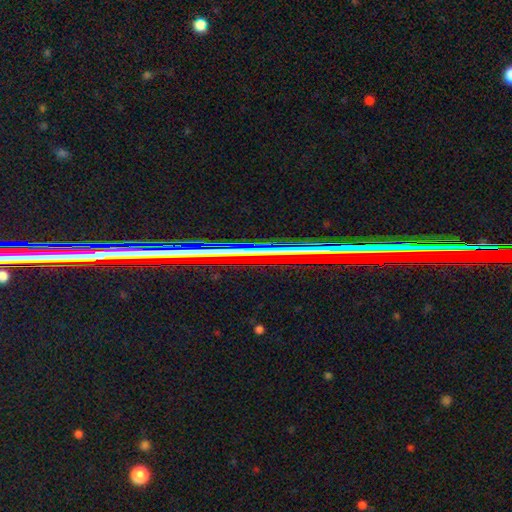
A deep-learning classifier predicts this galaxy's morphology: smooth-or-featured: star or artifact: 69% | featured or disk: 21% | smooth: 10%